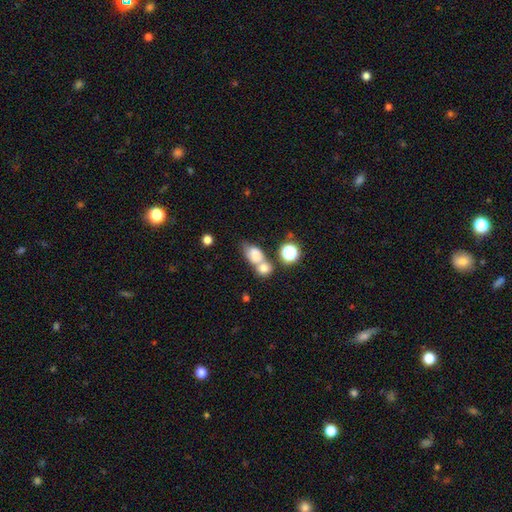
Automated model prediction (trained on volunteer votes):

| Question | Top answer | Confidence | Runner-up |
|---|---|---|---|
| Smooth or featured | smooth | 73% | featured or disk (15%) |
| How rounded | in between | 66% | round (31%) |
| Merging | merger | 53% | none (29%) |